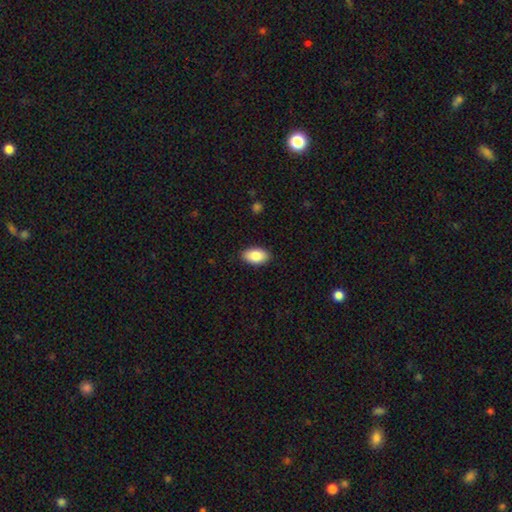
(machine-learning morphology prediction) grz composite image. It shows a smooth galaxy with no disk features (86%) that is in between round and cigar-shaped (94%). Merging: none (89%).